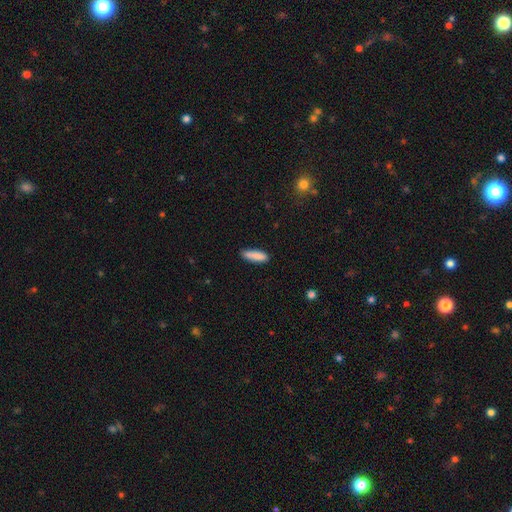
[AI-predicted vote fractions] Morphology: type=smooth (88%); roundness=cigar-shaped (64%); merging=none (84%).